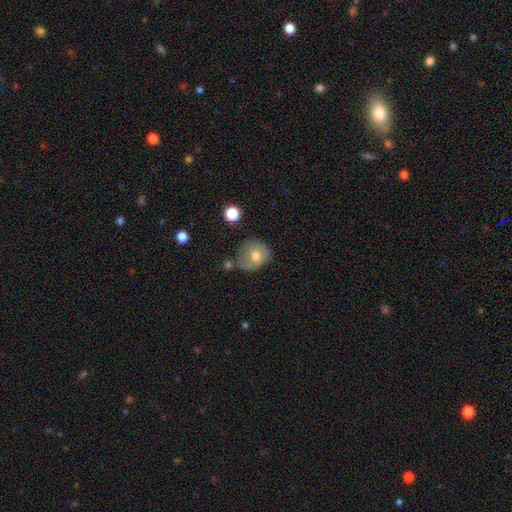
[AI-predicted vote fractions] Morphology: type=smooth (62%); roundness=round (72%); merging=none (50%).